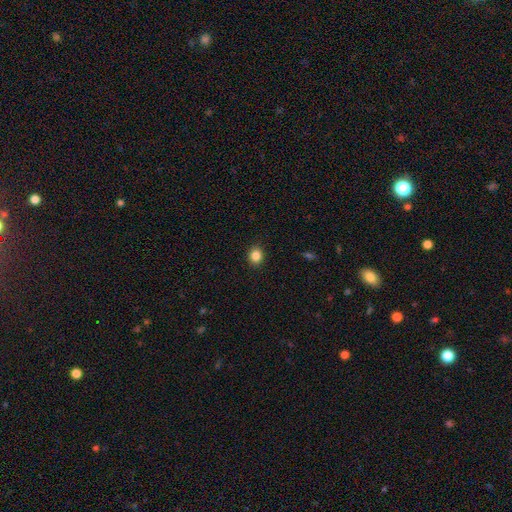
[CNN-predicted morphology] A smooth galaxy with no disk features (85%) that is round (70%).

Vote fractions:
- Smooth or featured? smooth: 85% / star or artifact: 11% / featured or disk: 4%
- How rounded? round: 70% / in between: 29% / cigar-shaped: 1%
- Merging? none: 91% / minor disturbance: 6% / major disturbance: 2% / merger: 1%